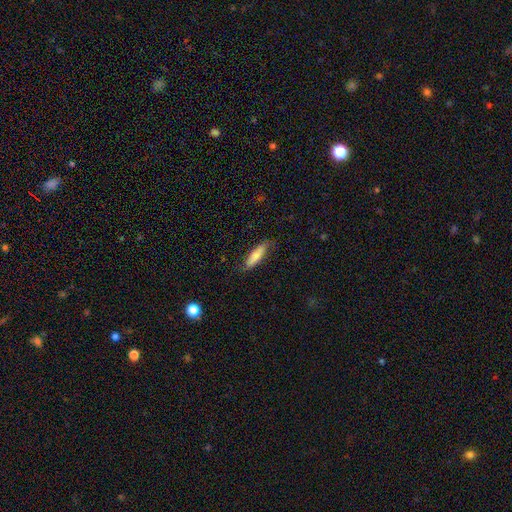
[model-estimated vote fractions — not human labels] This appears to be a smooth galaxy with no disk features (72%) that is cigar-shaped (60%). Merging: none (76%).